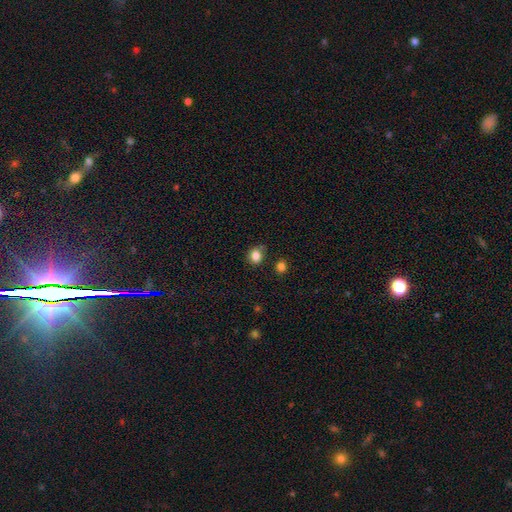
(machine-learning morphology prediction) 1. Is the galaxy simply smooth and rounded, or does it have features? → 85% smooth, 11% star or artifact, 5% featured or disk.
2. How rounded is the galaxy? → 62% round, 37% in between, 1% cigar-shaped.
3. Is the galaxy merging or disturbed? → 72% none, 17% minor disturbance, 6% merger, 4% major disturbance.